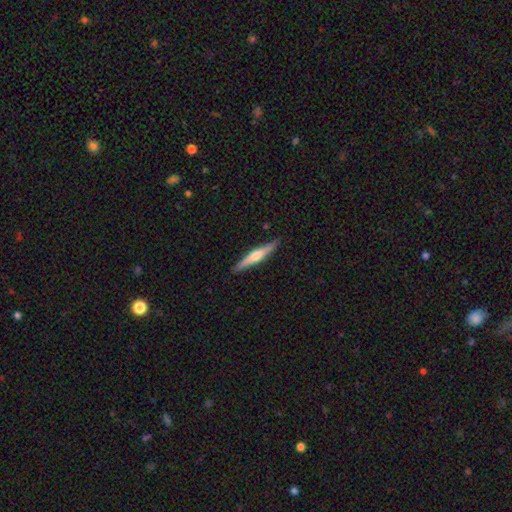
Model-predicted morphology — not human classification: This is likely a featured or disk galaxy (61%). It is clearly viewed edge-on (97%). Edge-on bulge: clearly rounded (83%). Merging: clearly none (90%).